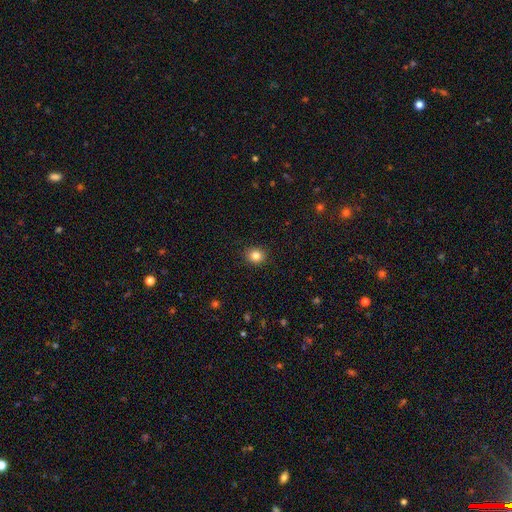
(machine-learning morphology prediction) smooth-or-featured: smooth: 83% | star or artifact: 11% | featured or disk: 6%
  how-rounded: round: 78% | in between: 21% | cigar-shaped: 1%
  merging: none: 91% | minor disturbance: 6% | major disturbance: 2% | merger: 1%